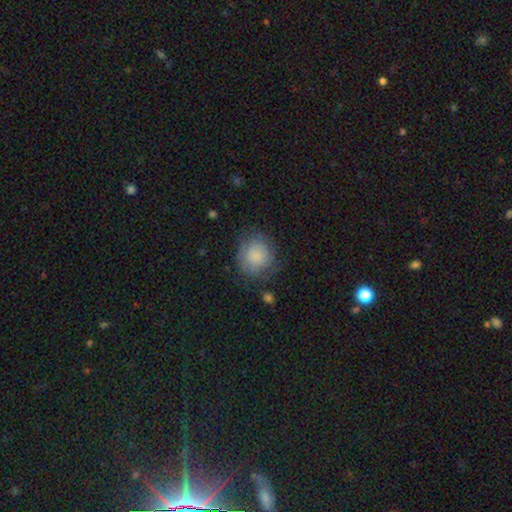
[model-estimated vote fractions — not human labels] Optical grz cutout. It shows a smooth galaxy with no disk features (82%) that is round (85%). Merging: none (71%).